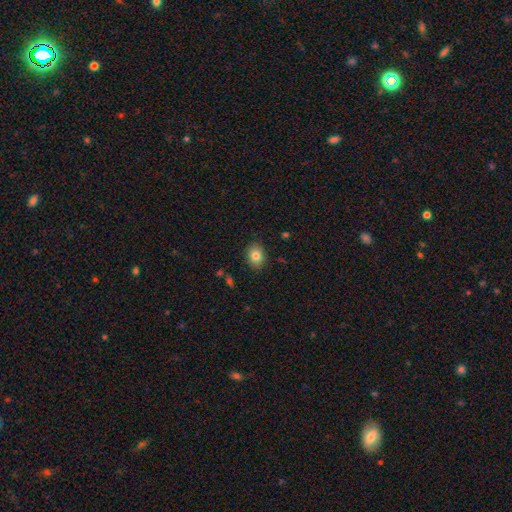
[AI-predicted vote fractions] Morphology: type=smooth (81%); roundness=in between (60%); merging=none (88%).